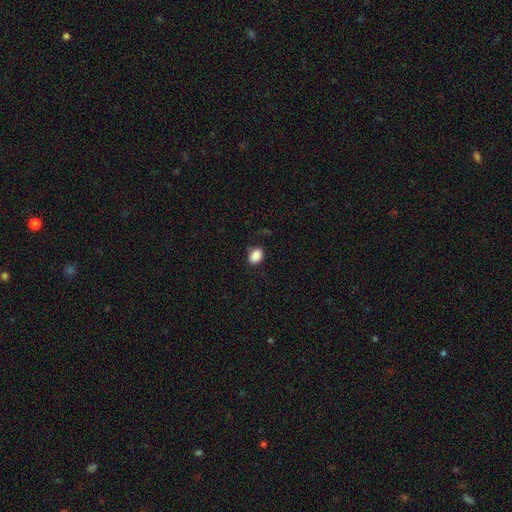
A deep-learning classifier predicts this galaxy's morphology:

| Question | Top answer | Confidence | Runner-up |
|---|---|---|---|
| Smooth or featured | smooth | 88% | star or artifact (9%) |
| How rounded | in between | 68% | round (31%) |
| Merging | none | 77% | minor disturbance (16%) |